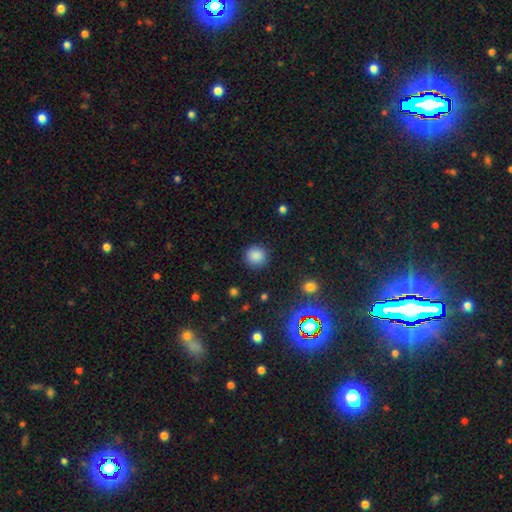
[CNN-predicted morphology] Smooth or featured?
  - smooth: 85% *
  - star or artifact: 11%
  - featured or disk: 4%
How rounded?
  - round: 93% *
  - in between: 6%
  - cigar-shaped: 1%
Merging?
  - none: 90% *
  - minor disturbance: 7%
  - major disturbance: 3%
  - merger: 1%